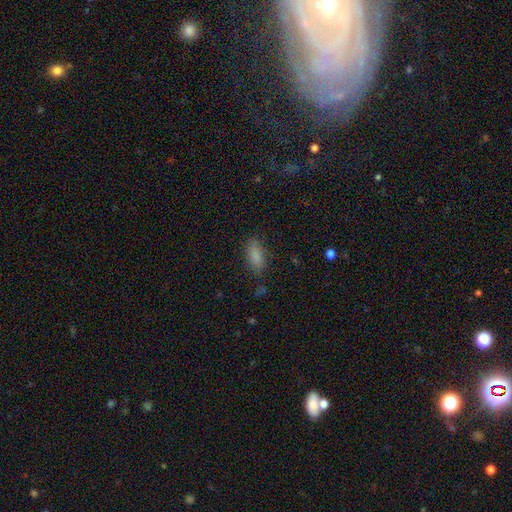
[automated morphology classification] Overall: smooth (85%). How rounded: in between (84%). Merging: none (81%).